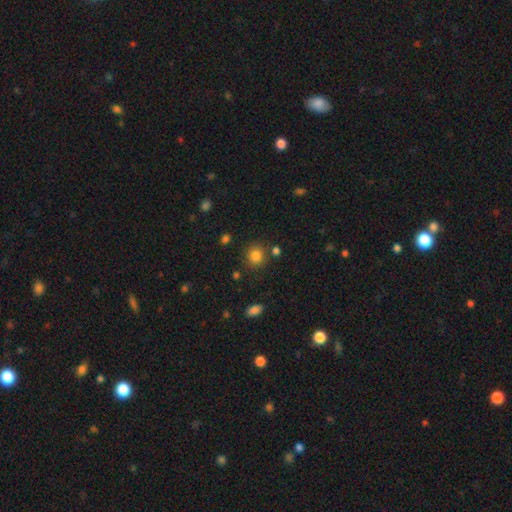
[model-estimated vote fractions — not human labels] smooth_or_featured: smooth (p=0.82) [alt: star or artifact p=0.12]
how_rounded: round (p=0.84) [alt: in between p=0.15]
merging: none (p=0.82) [alt: minor disturbance p=0.09]